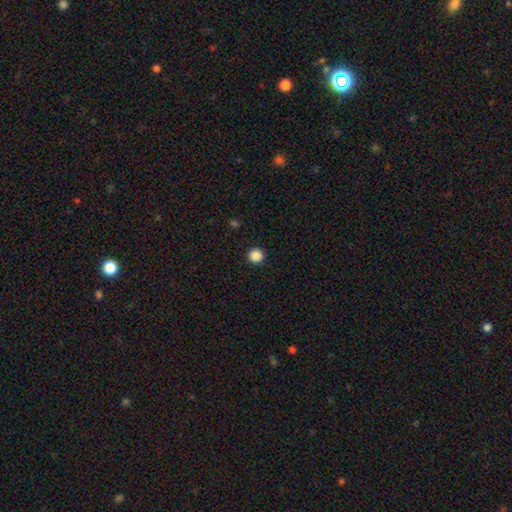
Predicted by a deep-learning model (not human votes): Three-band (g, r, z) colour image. It shows a smooth galaxy with no disk features (88%) that is round (96%). Merging: none (93%).